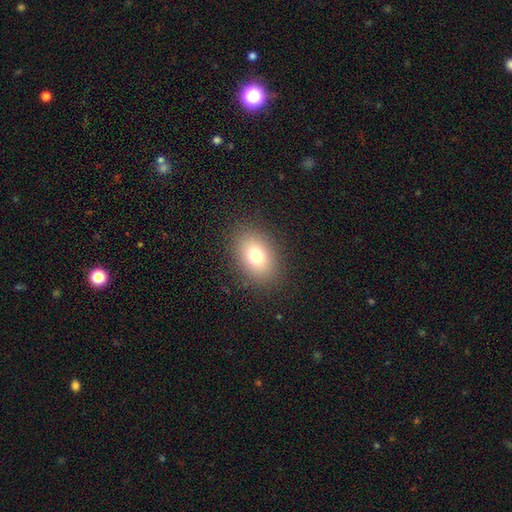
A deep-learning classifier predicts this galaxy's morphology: smooth_or_featured: smooth (p=0.76) [alt: featured or disk p=0.12]
how_rounded: in between (p=0.76) [alt: round p=0.23]
merging: none (p=0.87) [alt: minor disturbance p=0.09]